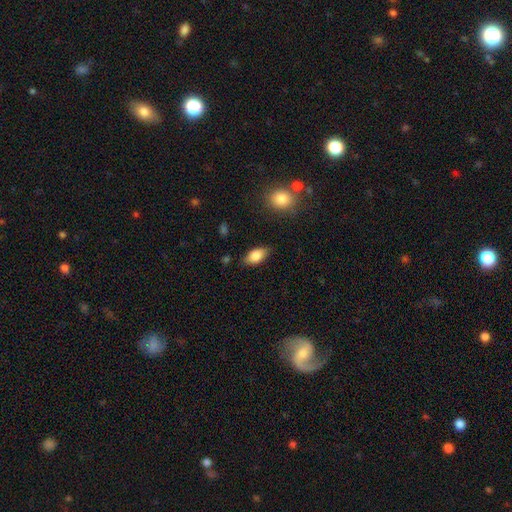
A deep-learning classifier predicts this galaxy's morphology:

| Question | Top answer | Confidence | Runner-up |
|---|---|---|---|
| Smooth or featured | smooth | 82% | featured or disk (11%) |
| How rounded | in between | 90% | cigar-shaped (6%) |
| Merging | none | 82% | minor disturbance (14%) |